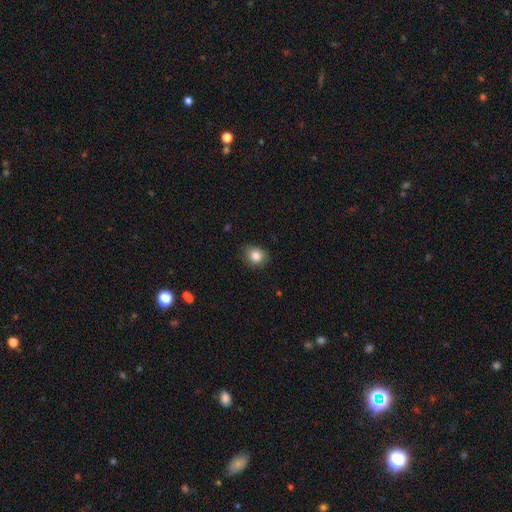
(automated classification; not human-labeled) Smooth or featured?
  - smooth: 85% *
  - star or artifact: 9%
  - featured or disk: 5%
How rounded?
  - round: 70% *
  - in between: 29%
  - cigar-shaped: 1%
Merging?
  - none: 80% *
  - minor disturbance: 16%
  - major disturbance: 3%
  - merger: 1%